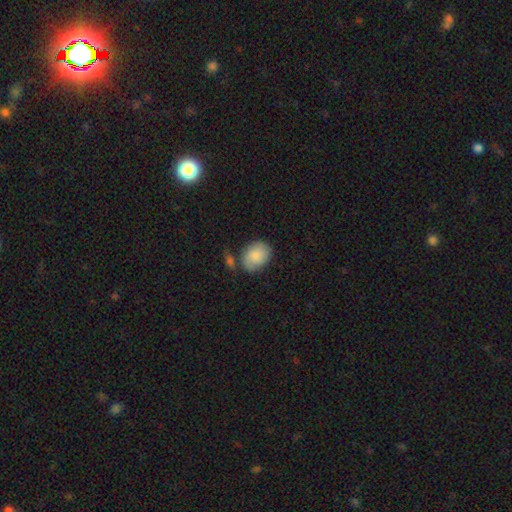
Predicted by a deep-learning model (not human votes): Smooth or featured? smooth (83%)
How rounded? in between (63%)
Merging? none (62%)